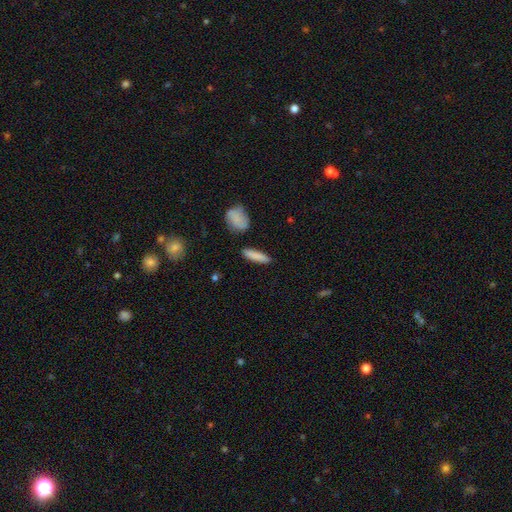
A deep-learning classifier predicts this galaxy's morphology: Smooth or featured? Predicted: smooth (p=0.84). How rounded? Predicted: cigar-shaped (p=0.74). Merging? Predicted: none (p=0.86).